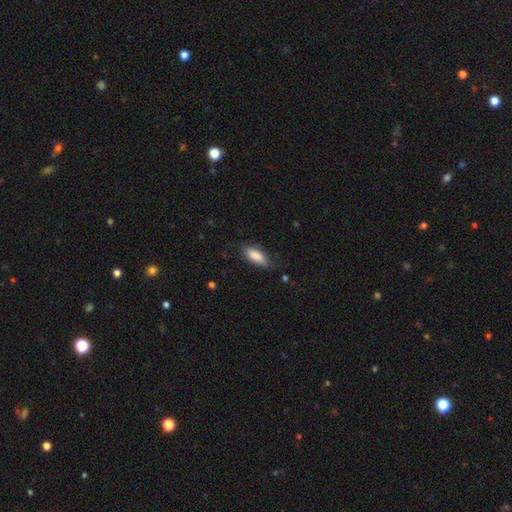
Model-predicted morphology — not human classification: This appears to be a smooth galaxy with no disk features (86%) that is in between round and cigar-shaped (78%). Merging: none (75%).